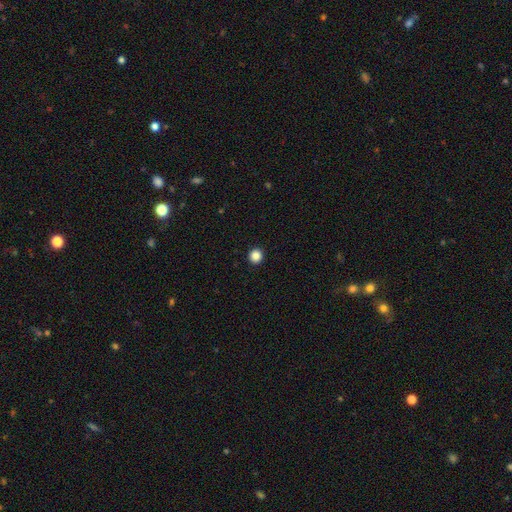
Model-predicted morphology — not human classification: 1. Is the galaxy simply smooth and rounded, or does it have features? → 86% smooth, 11% star or artifact, 3% featured or disk.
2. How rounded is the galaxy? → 94% round, 5% in between, 1% cigar-shaped.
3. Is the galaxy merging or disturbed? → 94% none, 4% minor disturbance, 1% major disturbance, 1% merger.